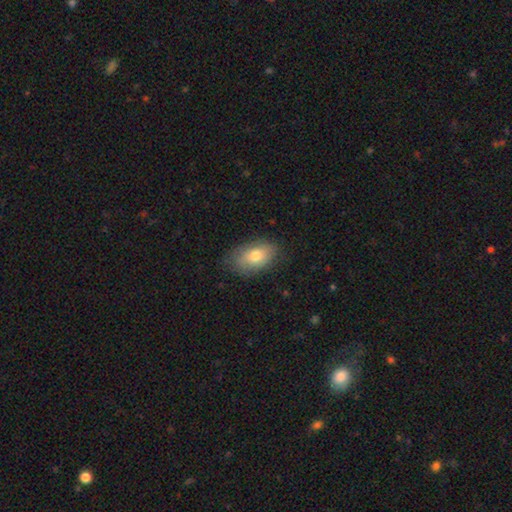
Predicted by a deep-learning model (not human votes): A smooth galaxy with no disk features (75%) that is in between round and cigar-shaped (90%). Merging: none (76%).